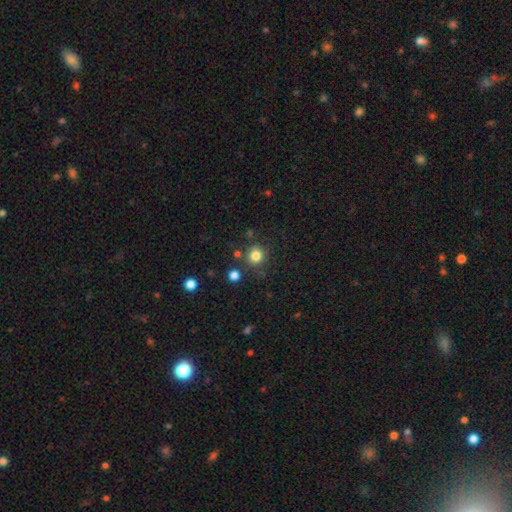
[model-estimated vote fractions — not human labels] Smooth or featured: smooth — 81% (star or artifact — 13%)
How rounded: round — 89% (in between — 10%)
Merging: none — 80% (minor disturbance — 10%)